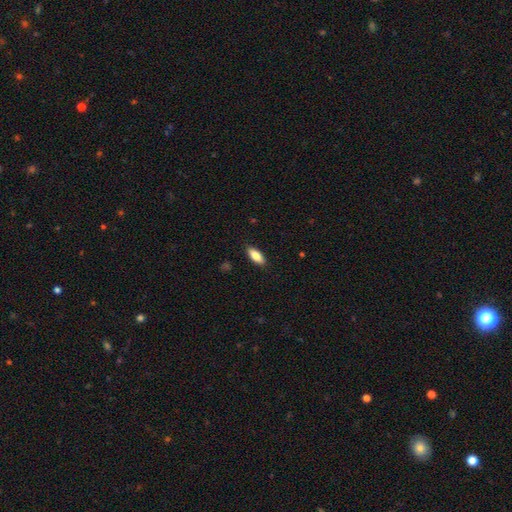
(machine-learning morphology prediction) This is clearly a smooth galaxy (82%). How rounded: likely in between (77%). Merging: clearly none (89%).